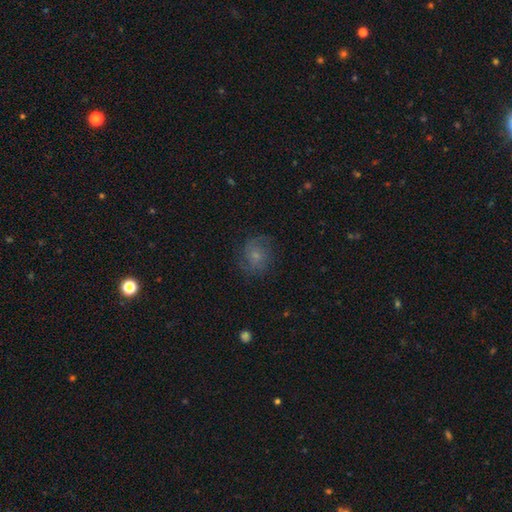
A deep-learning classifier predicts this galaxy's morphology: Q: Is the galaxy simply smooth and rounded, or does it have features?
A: smooth — 48%.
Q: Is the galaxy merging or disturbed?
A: none — 72%.